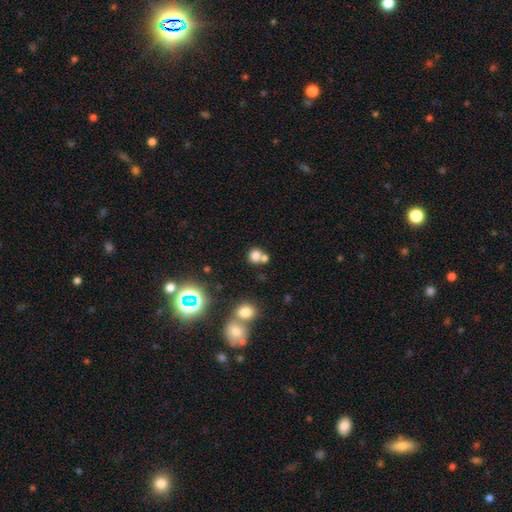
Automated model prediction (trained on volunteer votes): Overall: smooth (75%). How rounded: round (84%). Merging: none (49%; merger 39%).